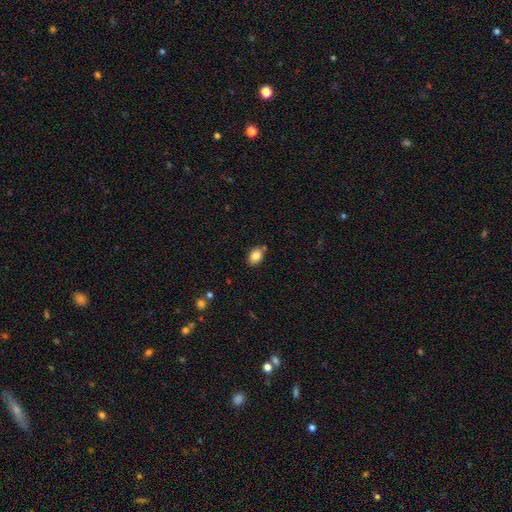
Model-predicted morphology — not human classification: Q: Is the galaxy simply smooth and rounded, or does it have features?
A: smooth — 84%.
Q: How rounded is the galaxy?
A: in between — 73%.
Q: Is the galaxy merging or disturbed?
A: none — 79%.